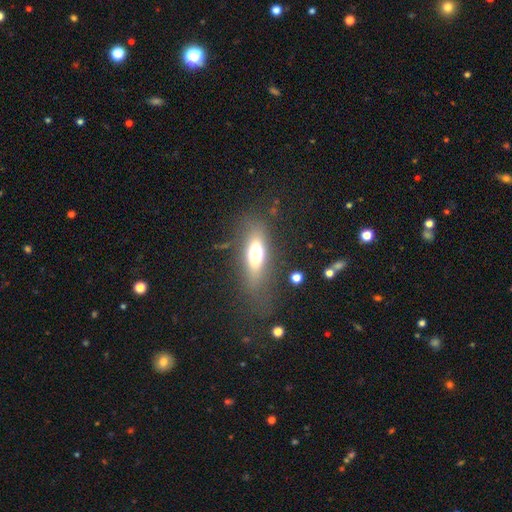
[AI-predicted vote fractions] smooth-or-featured: smooth: 59% | featured or disk: 31% | star or artifact: 10%
  how-rounded: in between: 54% | cigar-shaped: 43% | round: 3%
  merging: none: 63% | minor disturbance: 19% | major disturbance: 15% | merger: 3%